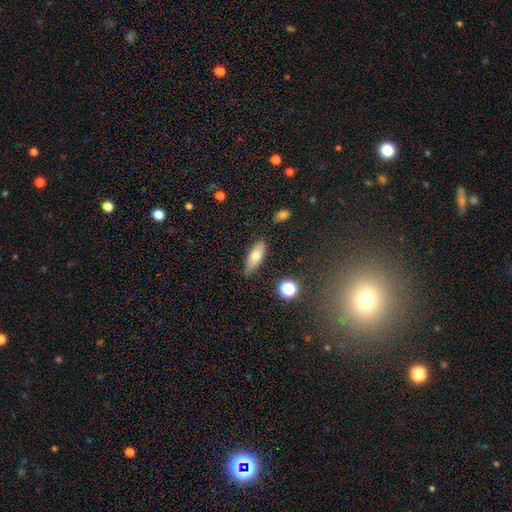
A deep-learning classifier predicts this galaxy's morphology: type=smooth (72%); roundness=in between (67%); merging=none (76%).